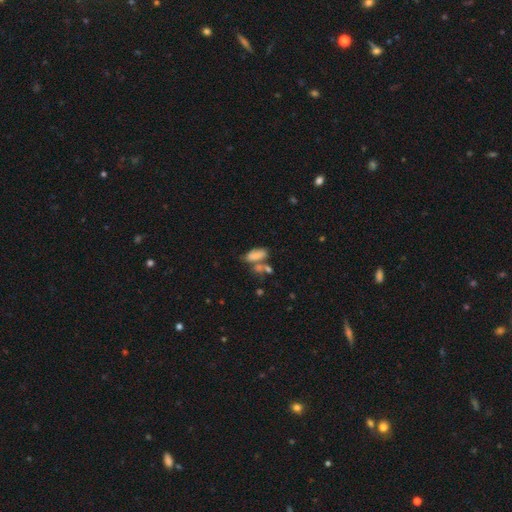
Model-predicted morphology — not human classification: This appears to be a smooth galaxy with no disk features (79%) that is in between round and cigar-shaped (82%). Merging: none (40%).